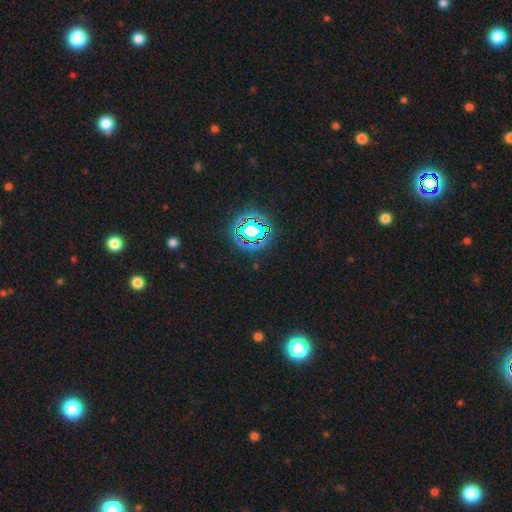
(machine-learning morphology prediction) This appears to be a star or artifact, not a galaxy (79%).